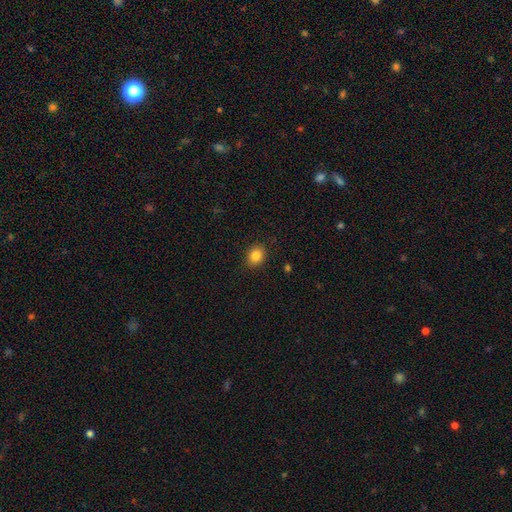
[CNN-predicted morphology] Smooth or featured? Predicted: smooth (p=0.84). How rounded? Predicted: round (p=0.57). Merging? Predicted: none (p=0.88).